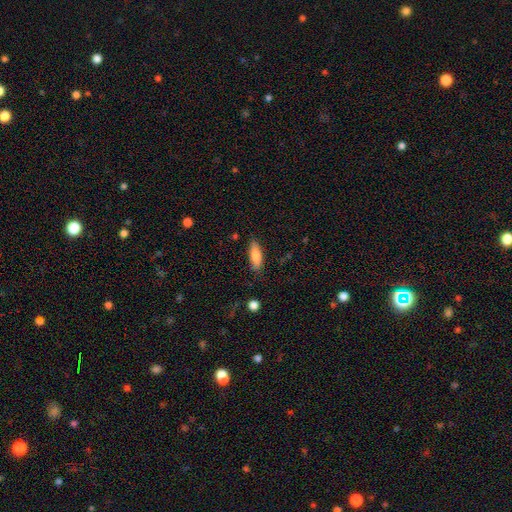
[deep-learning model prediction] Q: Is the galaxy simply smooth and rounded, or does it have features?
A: smooth — 81%.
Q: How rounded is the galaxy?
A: in between — 62%.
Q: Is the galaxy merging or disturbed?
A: none — 81%.